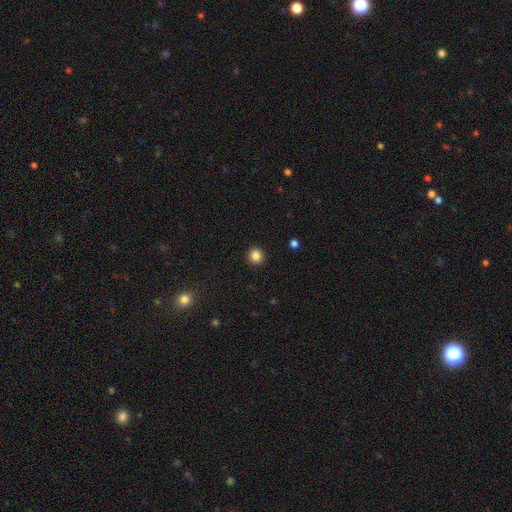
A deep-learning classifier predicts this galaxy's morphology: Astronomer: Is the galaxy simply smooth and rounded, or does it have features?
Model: smooth — 85%.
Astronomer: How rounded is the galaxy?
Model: round — 95%.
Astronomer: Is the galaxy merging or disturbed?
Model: none — 93%.